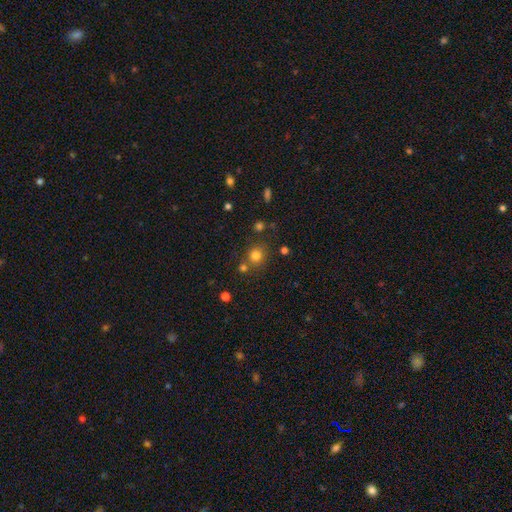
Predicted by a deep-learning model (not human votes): A smooth galaxy with no disk features (77%) that is round (87%). Merging: none (73%).